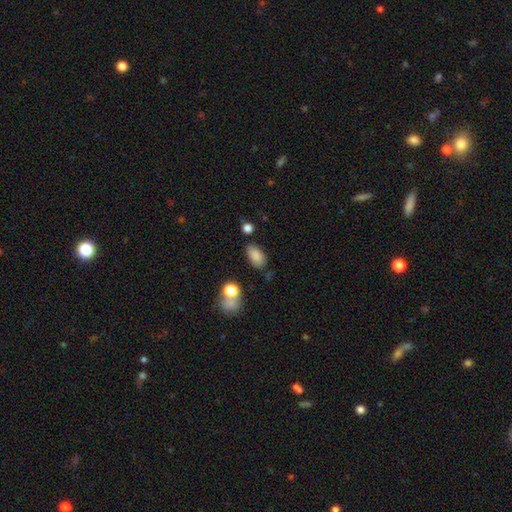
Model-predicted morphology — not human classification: type=smooth (85%); roundness=in between (91%); merging=none (73%).